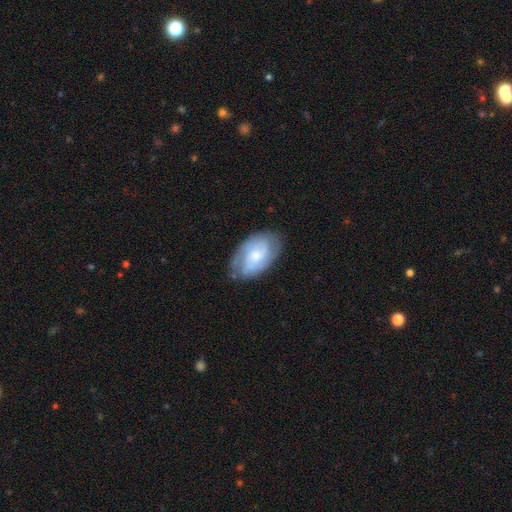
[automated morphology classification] Smooth or featured?
  - featured or disk: 63% *
  - smooth: 31%
  - star or artifact: 6%
Edge-on disk?
  - no: 96% *
  - yes: 4%
Bar?
  - no: 62% *
  - weak: 33%
  - strong: 5%
Spiral arms?
  - yes: 89% *
  - no: 11%
Spiral winding?
  - tight: 46% *
  - medium: 41%
  - loose: 14%
Spiral arm count?
  - 2: 44% *
  - can't tell: 30%
  - 3: 15%
  - 4: 4%
  - 1: 4%
  - more than 4: 3%
Bulge size?
  - small: 43% *
  - moderate: 42%
  - large: 7%
  - none: 7%
  - dominant: 1%
Merging?
  - none: 74% *
  - minor disturbance: 19%
  - major disturbance: 5%
  - merger: 1%